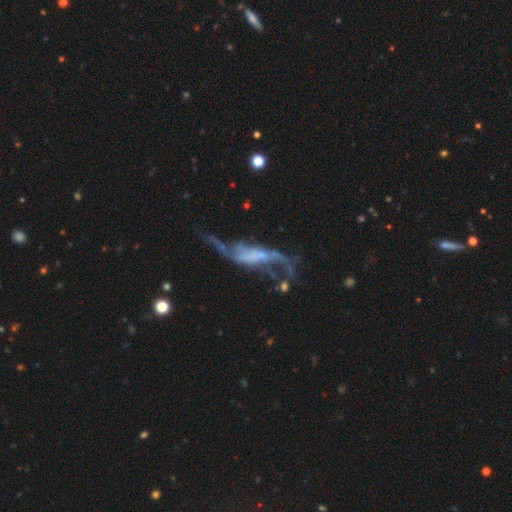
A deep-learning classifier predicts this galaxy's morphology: Overall: featured or disk (81%). Edge-on disk: no (84%). Bar: no (41%; weak 33%). Spiral arms: yes (85%). Spiral arm count: 2 (86%). Spiral winding: loose (88%). Bulge size: none (55%; small 32%). Merging: none (44%; major disturbance 28%).